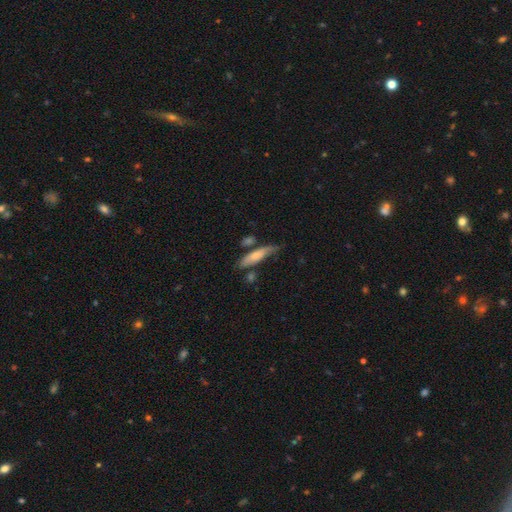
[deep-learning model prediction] Smooth or featured? Predicted: smooth (p=0.69). How rounded? Predicted: cigar-shaped (p=0.68). Merging? Predicted: none (p=0.55).